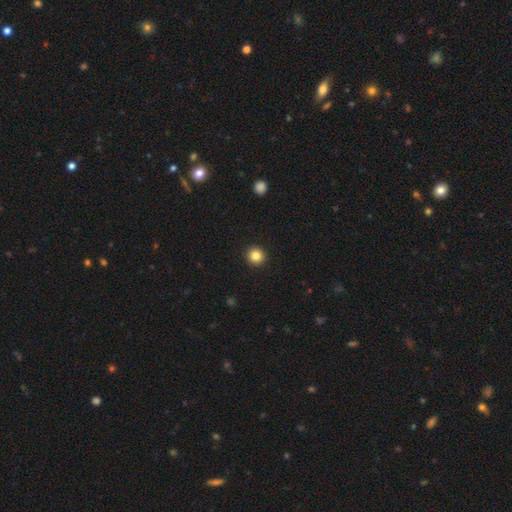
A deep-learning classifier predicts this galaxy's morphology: type=smooth (85%); roundness=round (95%); merging=none (93%).